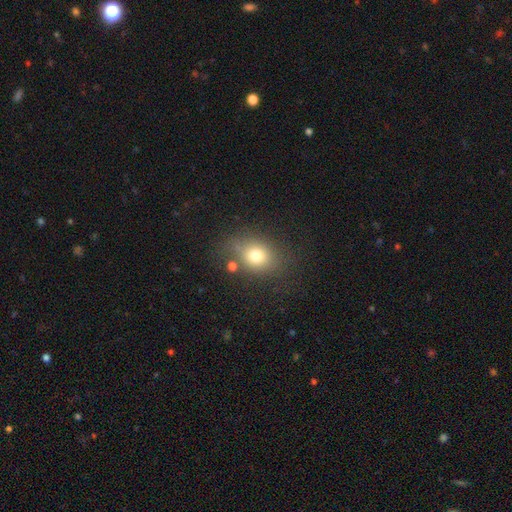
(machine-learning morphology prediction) This is likely a smooth galaxy (74%). How rounded: possibly round (54%). Merging: likely none (67%).